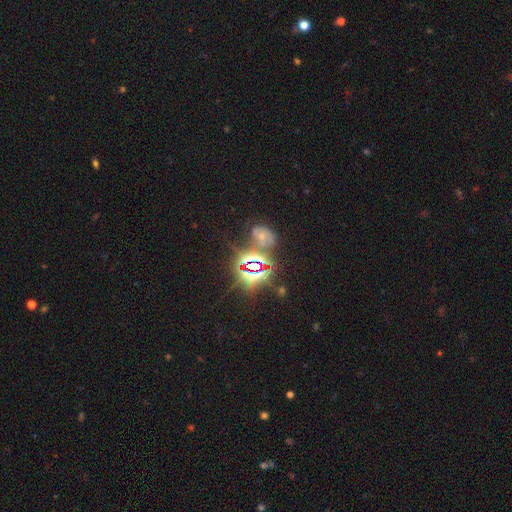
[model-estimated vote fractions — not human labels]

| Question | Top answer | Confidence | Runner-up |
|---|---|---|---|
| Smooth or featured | star or artifact | 77% | smooth (15%) |